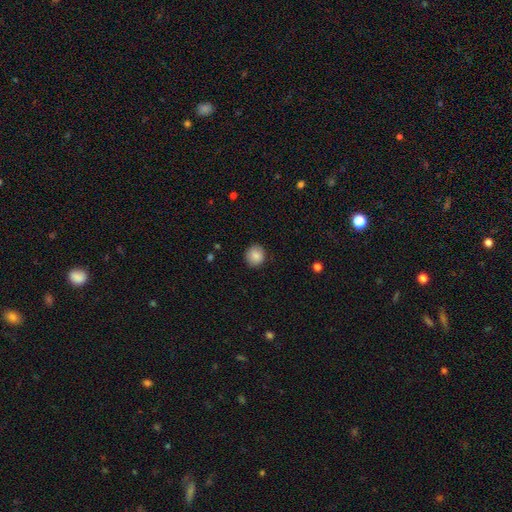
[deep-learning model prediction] Morphology: type=smooth (86%); roundness=round (86%); merging=none (87%).